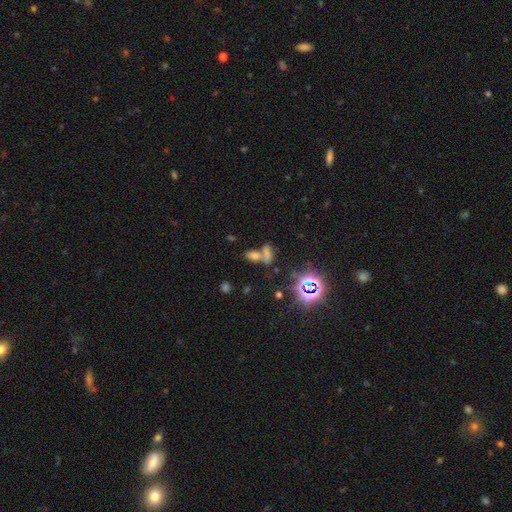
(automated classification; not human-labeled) smooth_or_featured: smooth (p=0.60) [alt: star or artifact p=0.28]
how_rounded: in between (p=0.82) [alt: round p=0.10]
merging: merger (p=0.59) [alt: none p=0.29]